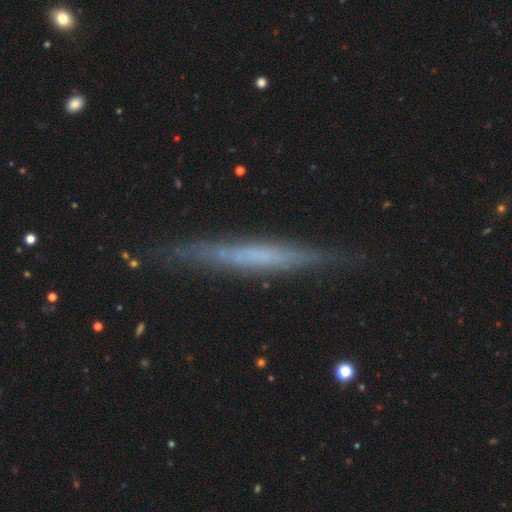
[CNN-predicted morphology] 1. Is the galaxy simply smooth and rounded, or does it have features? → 59% featured or disk, 34% smooth, 7% star or artifact.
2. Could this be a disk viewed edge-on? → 93% yes, 7% no.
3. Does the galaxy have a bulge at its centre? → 83% none, 9% rounded, 8% boxy.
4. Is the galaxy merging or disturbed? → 83% none, 13% minor disturbance, 3% major disturbance, 2% merger.